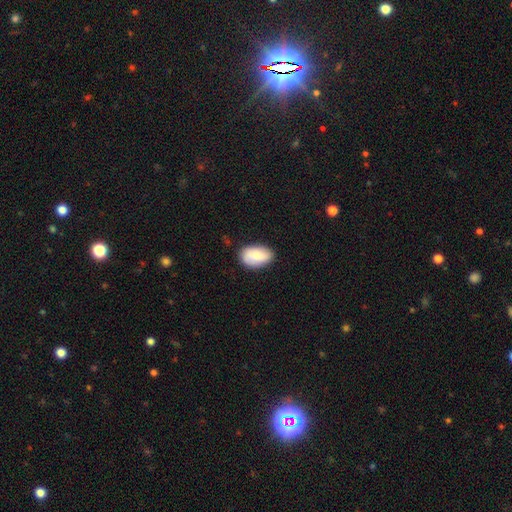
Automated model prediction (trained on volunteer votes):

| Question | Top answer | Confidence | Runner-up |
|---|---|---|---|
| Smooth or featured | smooth | 74% | featured or disk (20%) |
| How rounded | in between | 92% | round (7%) |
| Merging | none | 80% | minor disturbance (16%) |